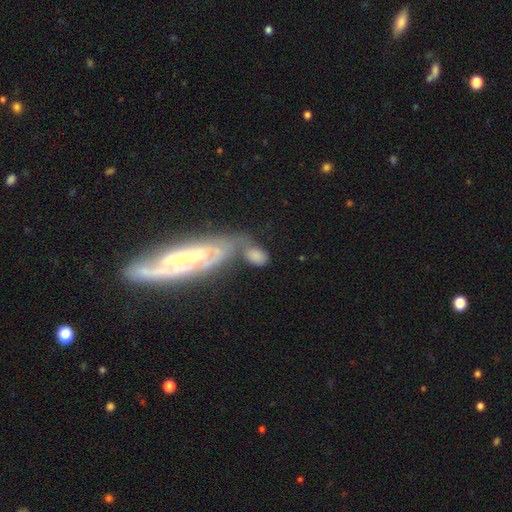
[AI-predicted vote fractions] Smooth or featured? Predicted: smooth (p=0.64). How rounded? Predicted: in between (p=0.81). Merging? Predicted: merger (p=0.39).